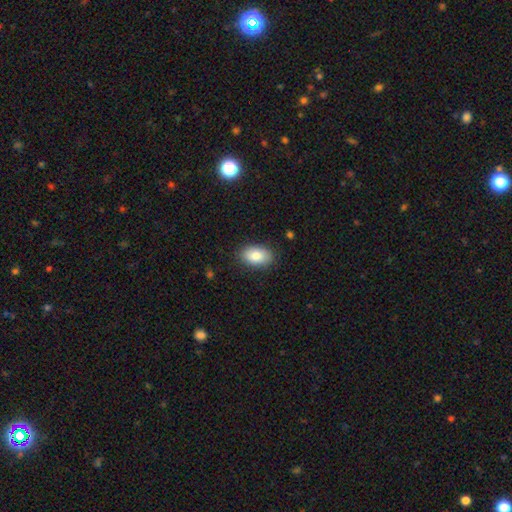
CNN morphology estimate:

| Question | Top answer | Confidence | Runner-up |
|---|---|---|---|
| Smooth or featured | smooth | 85% | featured or disk (8%) |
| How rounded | in between | 92% | round (7%) |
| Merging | none | 86% | minor disturbance (11%) |